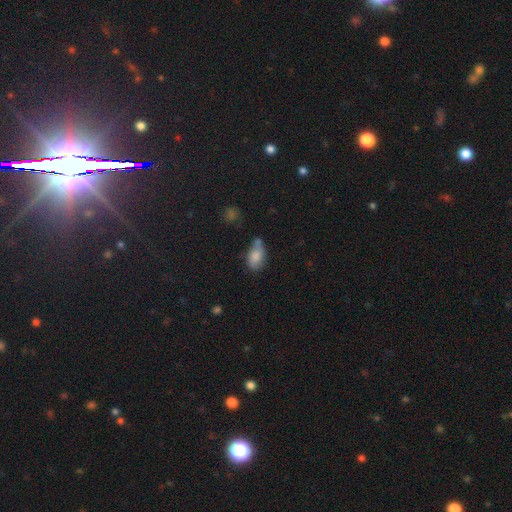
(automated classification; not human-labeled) This appears to be a smooth galaxy with no disk features (74%) that is in between round and cigar-shaped (88%). Merging: none (40%).